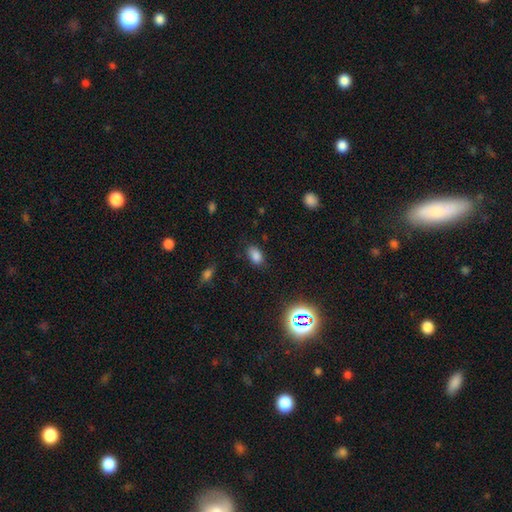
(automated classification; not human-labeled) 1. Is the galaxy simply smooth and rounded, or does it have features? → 81% smooth, 14% star or artifact, 5% featured or disk.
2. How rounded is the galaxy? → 87% in between, 11% round, 2% cigar-shaped.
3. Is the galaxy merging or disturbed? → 80% none, 15% minor disturbance, 4% major disturbance, 2% merger.